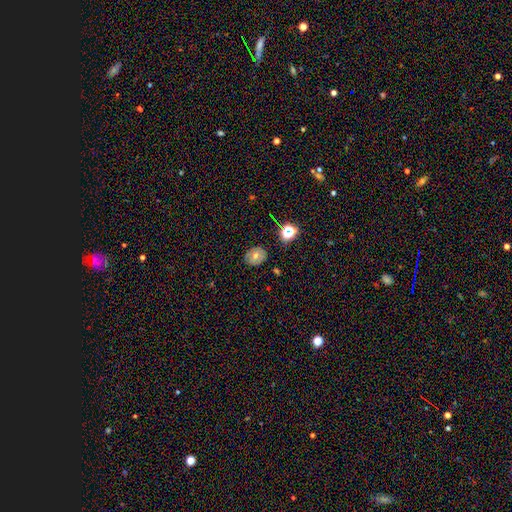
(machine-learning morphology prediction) smooth_or_featured: smooth (p=0.48) [alt: featured or disk p=0.35]
merging: none (p=0.83) [alt: minor disturbance p=0.12]